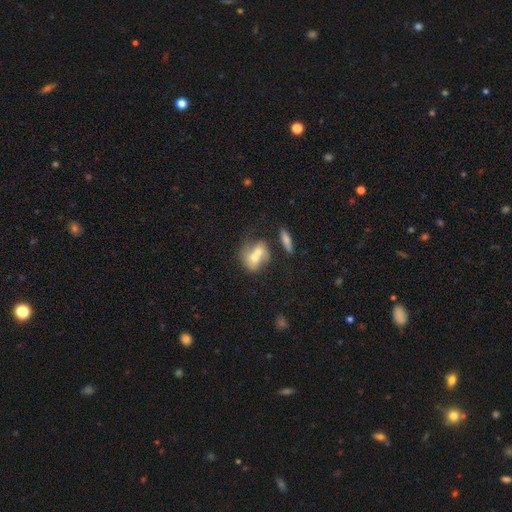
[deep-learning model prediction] The model was most divided on "how rounded": in between: 56%, round: 41%, cigar-shaped: 4%. More confident: merging — merger (62%); smooth or featured — smooth (61%).